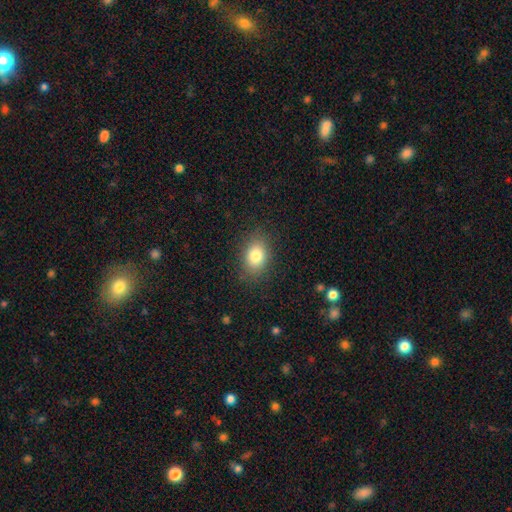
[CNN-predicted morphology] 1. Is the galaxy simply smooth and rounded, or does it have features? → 81% smooth, 10% star or artifact, 9% featured or disk.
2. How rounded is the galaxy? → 73% in between, 25% round, 1% cigar-shaped.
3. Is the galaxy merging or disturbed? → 85% none, 10% minor disturbance, 3% major disturbance, 1% merger.